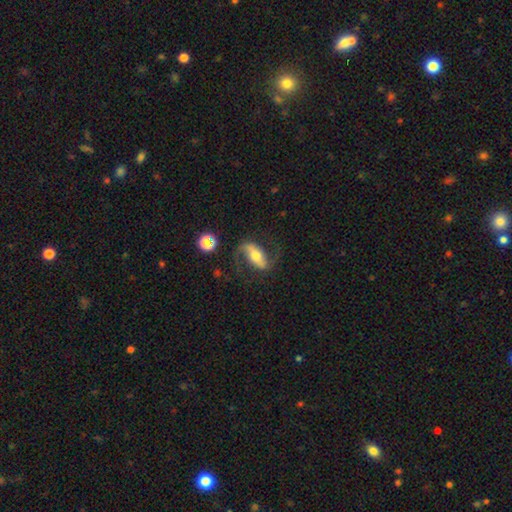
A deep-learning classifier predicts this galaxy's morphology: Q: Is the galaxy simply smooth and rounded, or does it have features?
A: featured or disk — 79%.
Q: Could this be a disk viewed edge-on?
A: no — 92%.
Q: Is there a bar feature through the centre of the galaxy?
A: strong — 54%.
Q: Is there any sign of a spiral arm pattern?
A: yes — 93%.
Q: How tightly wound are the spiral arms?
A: loose — 57%.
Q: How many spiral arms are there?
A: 2 — 90%.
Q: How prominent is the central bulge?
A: moderate — 62%.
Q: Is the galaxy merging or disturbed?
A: none — 72%.